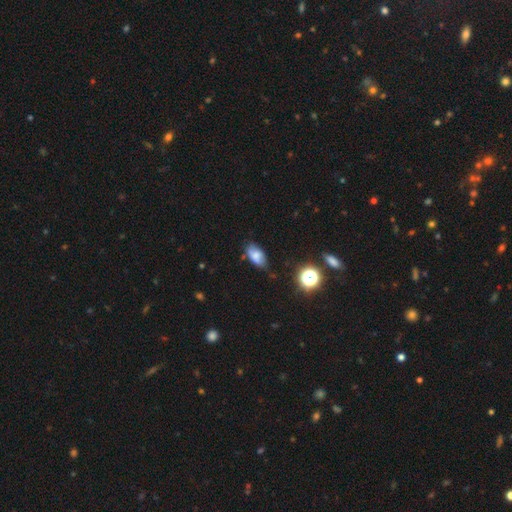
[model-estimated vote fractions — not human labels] smooth_or_featured: smooth (p=0.65) [alt: featured or disk p=0.22]
how_rounded: in between (p=0.90) [alt: round p=0.06]
merging: none (p=0.60) [alt: minor disturbance p=0.30]